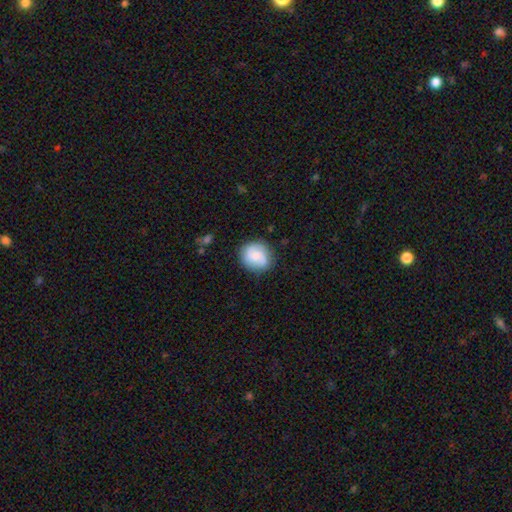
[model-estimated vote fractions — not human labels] A smooth galaxy with no disk features (57%) that is round (82%).

Vote fractions:
- Smooth or featured? smooth: 57% / featured or disk: 36% / star or artifact: 8%
- How rounded? round: 82% / in between: 17% / cigar-shaped: 1%
- Merging? none: 79% / minor disturbance: 15% / major disturbance: 4% / merger: 2%